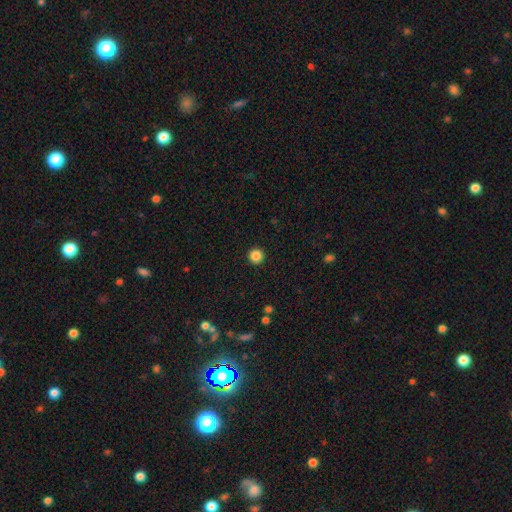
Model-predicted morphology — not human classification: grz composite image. It shows a smooth galaxy with no disk features (86%) that is round (96%). Merging: none (93%).